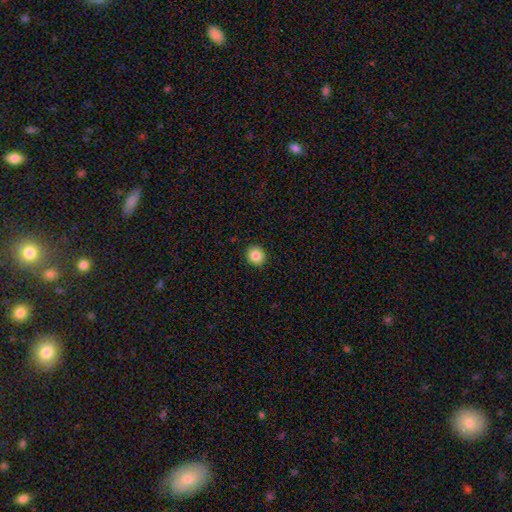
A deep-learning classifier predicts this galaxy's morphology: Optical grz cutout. It shows a smooth galaxy with no disk features (85%) that is round (86%). Merging: none (92%).